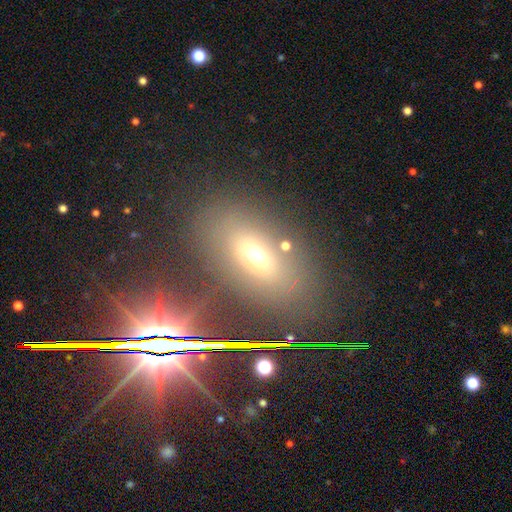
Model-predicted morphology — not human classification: Smooth or featured: smooth — 47% (star or artifact — 34%)
Merging: none — 79% (minor disturbance — 11%)